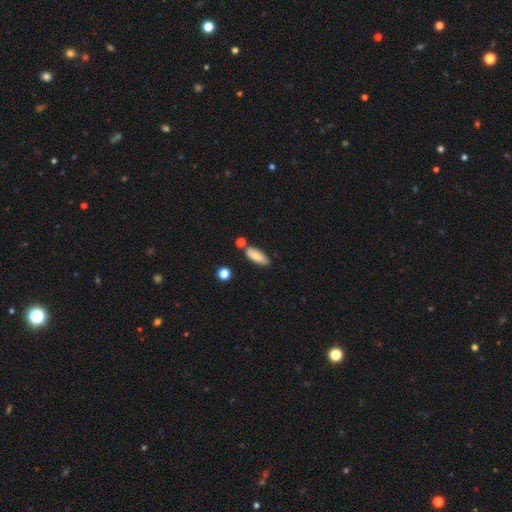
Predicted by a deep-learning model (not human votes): Smooth or featured? smooth (80%)
How rounded? in between (77%)
Merging? none (72%)